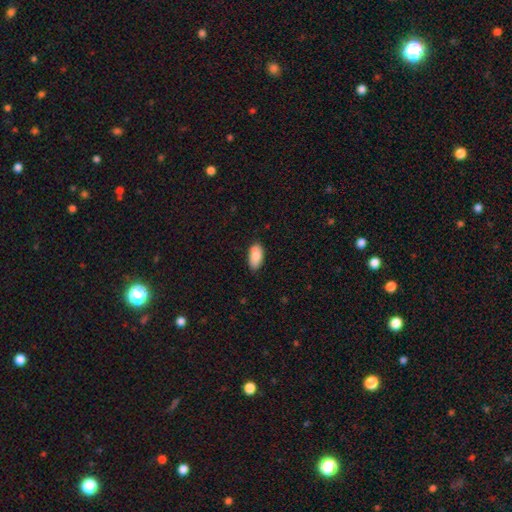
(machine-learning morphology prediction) This appears to be a smooth galaxy with no disk features (84%) that is in between round and cigar-shaped (93%). Merging: none (81%).